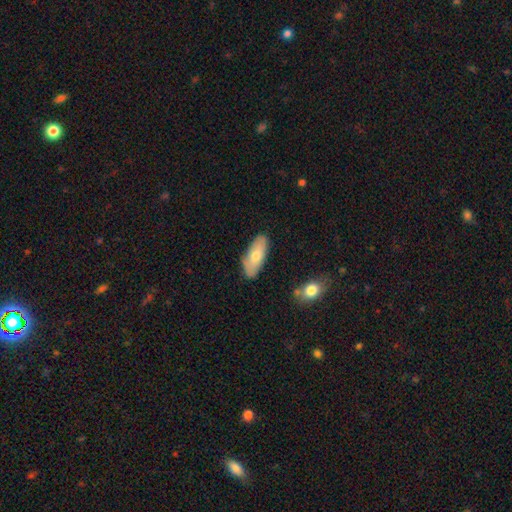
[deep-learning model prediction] The model was most divided on "smooth or featured": smooth: 67%, featured or disk: 27%, star or artifact: 6%. More confident: how rounded — in between (81%); merging — none (80%).